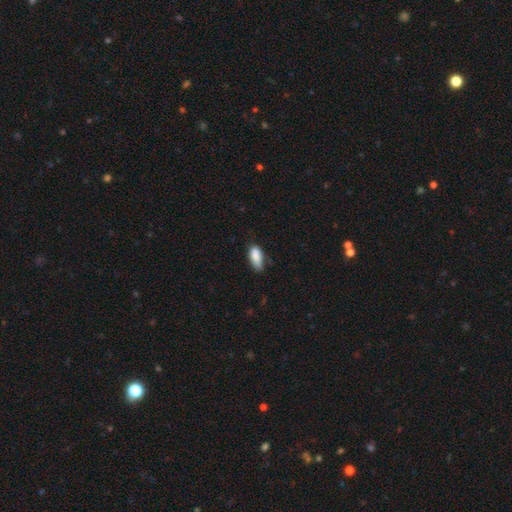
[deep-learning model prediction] Morphology: type=smooth (86%); roundness=in between (86%); merging=none (57%).